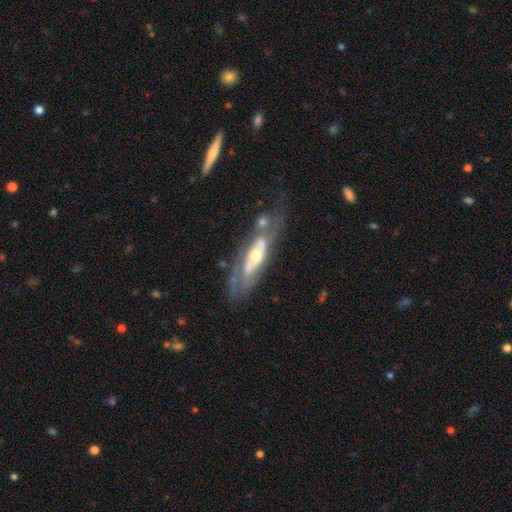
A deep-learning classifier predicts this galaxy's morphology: This is likely a featured or disk galaxy (72%). It is likely not viewed edge-on (73%). Bar: likely no (70%). Spiral arm pattern: possibly no (51%). Central bulge: likely moderate (62%). Merging: possibly none (50%).